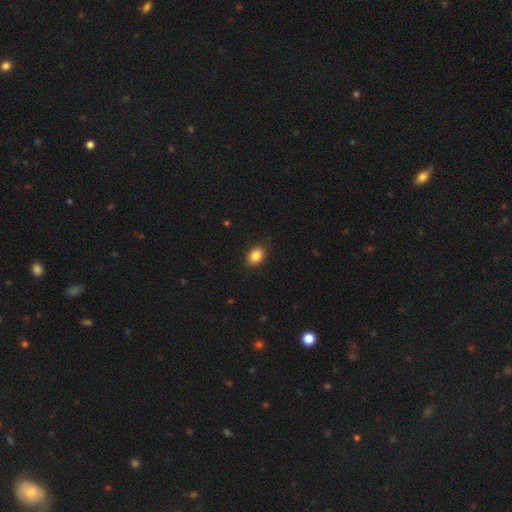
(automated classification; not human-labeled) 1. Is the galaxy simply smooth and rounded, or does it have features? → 87% smooth, 9% star or artifact, 5% featured or disk.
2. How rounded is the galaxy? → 68% in between, 31% round, 1% cigar-shaped.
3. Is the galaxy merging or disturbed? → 88% none, 9% minor disturbance, 2% major disturbance, 1% merger.